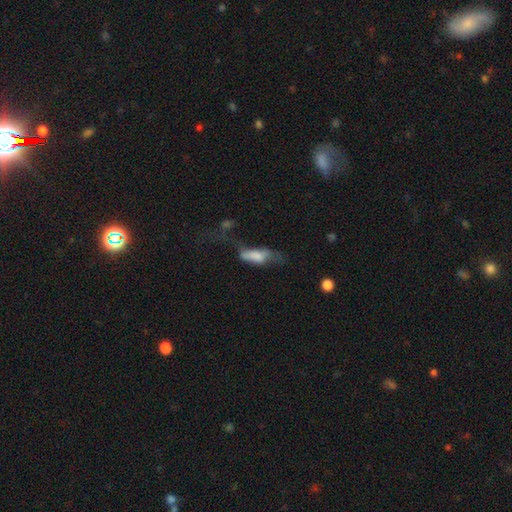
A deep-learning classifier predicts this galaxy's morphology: The model was most divided on "smooth or featured": smooth: 61%, featured or disk: 28%, star or artifact: 11%. More confident: how rounded — in between (70%); merging — major disturbance (52%).